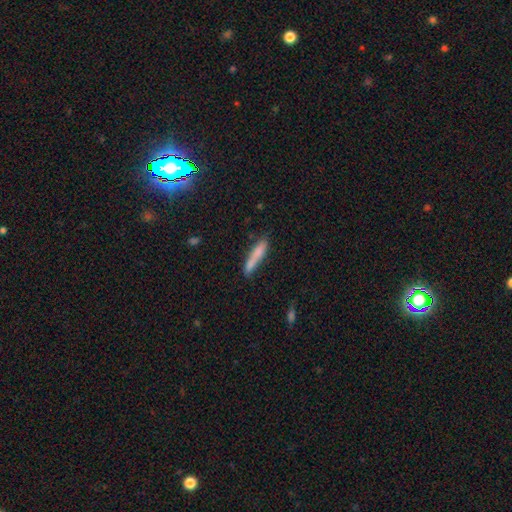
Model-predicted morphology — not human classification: This appears to be a smooth galaxy with no disk features (73%) that is cigar-shaped (88%). Merging: none (65%).